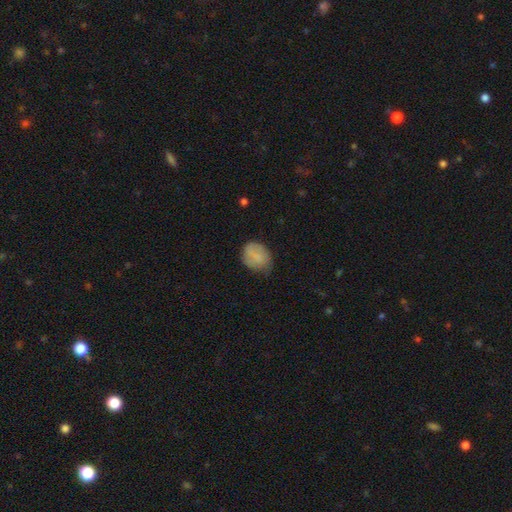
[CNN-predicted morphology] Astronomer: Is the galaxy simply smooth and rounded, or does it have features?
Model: smooth — 76%.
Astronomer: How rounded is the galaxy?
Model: round — 51% (runner-up: in between, 48%).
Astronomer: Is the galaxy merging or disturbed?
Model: none — 54% (runner-up: minor disturbance, 35%).